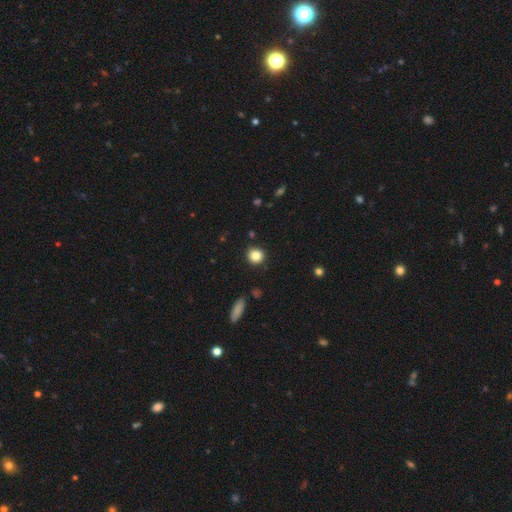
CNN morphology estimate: Smooth or featured? smooth (84%)
How rounded? round (90%)
Merging? none (90%)